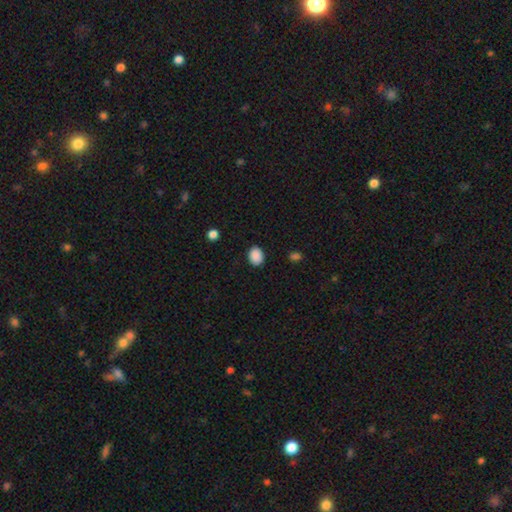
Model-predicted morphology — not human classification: A smooth galaxy with no disk features (90%) that is in between round and cigar-shaped (63%). Merging: none (88%).